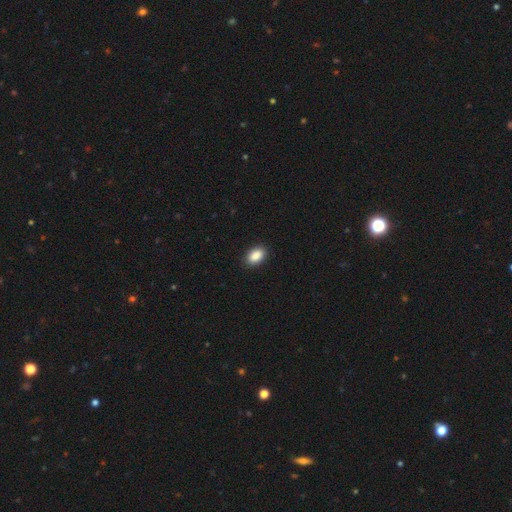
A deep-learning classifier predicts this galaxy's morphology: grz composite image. It shows a smooth galaxy with no disk features (89%) that is in between round and cigar-shaped (90%). Merging: none (89%).